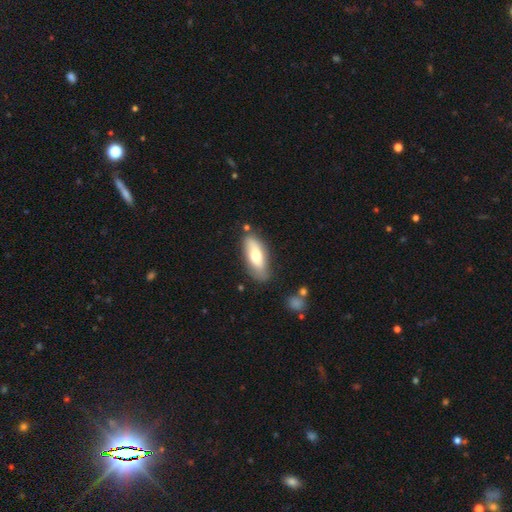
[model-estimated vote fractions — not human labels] A smooth galaxy with no disk features (61%) that is in between round and cigar-shaped (75%).

Vote fractions:
- Smooth or featured? smooth: 61% / featured or disk: 33% / star or artifact: 6%
- How rounded? in between: 75% / cigar-shaped: 22% / round: 3%
- Merging? none: 80% / minor disturbance: 13% / merger: 4% / major disturbance: 3%